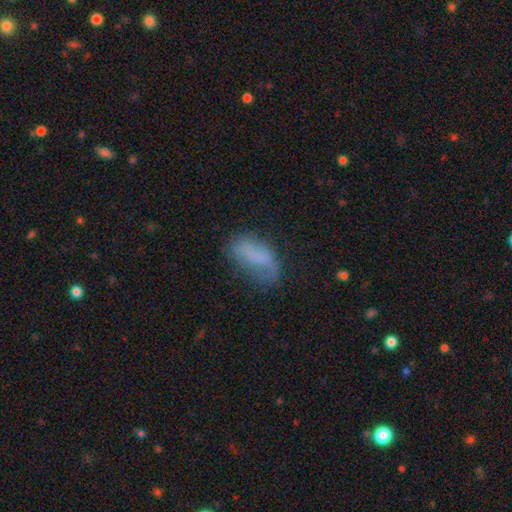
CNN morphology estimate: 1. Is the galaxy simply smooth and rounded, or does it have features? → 65% smooth, 24% featured or disk, 10% star or artifact.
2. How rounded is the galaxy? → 87% in between, 10% cigar-shaped, 4% round.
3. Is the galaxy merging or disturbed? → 45% none, 31% minor disturbance, 20% major disturbance, 4% merger.